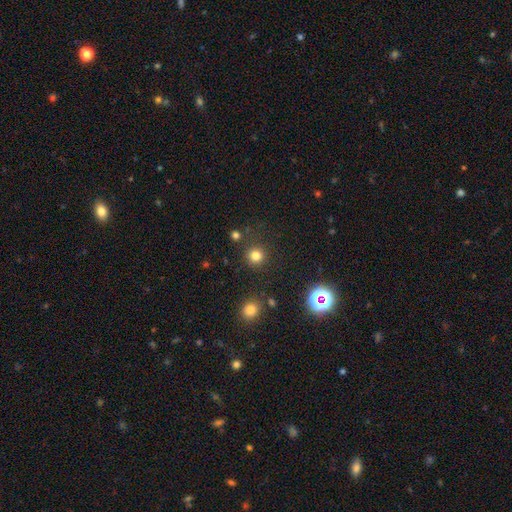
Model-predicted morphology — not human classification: This appears to be a smooth galaxy with no disk features (79%) that is round (93%). Merging: none (87%).